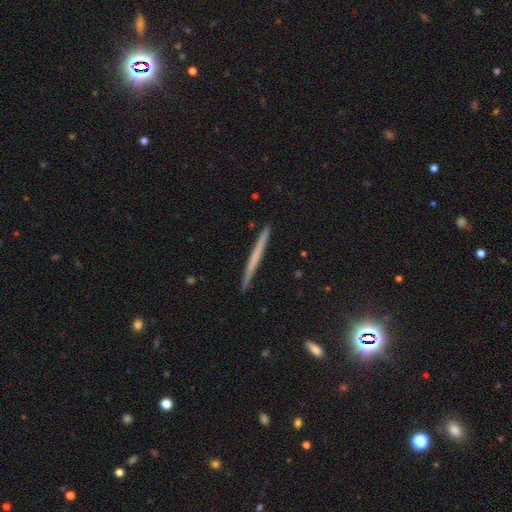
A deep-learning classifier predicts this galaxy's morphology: Smooth or featured? Predicted: featured or disk (p=0.50). Merging? Predicted: none (p=0.92).